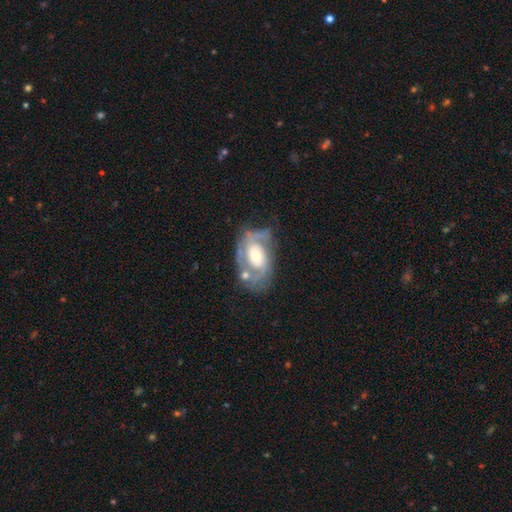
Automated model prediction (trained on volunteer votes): smooth-or-featured: featured or disk: 84% | smooth: 11% | star or artifact: 5%
  disk-edge-on: no: 96% | yes: 4%
    bar: no: 62% | weak: 29% | strong: 8%
    has-spiral-arms: yes: 92% | no: 8%
      spiral-winding: tight: 47% | medium: 41% | loose: 13%
      spiral-arm-count: 2: 60% | can't tell: 18% | 3: 12% | 1: 5% | 4: 3% | more than 4: 2%
    bulge-size: moderate: 62% | small: 21% | large: 13% | none: 1% | dominant: 1%
  merging: none: 53% | minor disturbance: 23% | major disturbance: 15% | merger: 9%